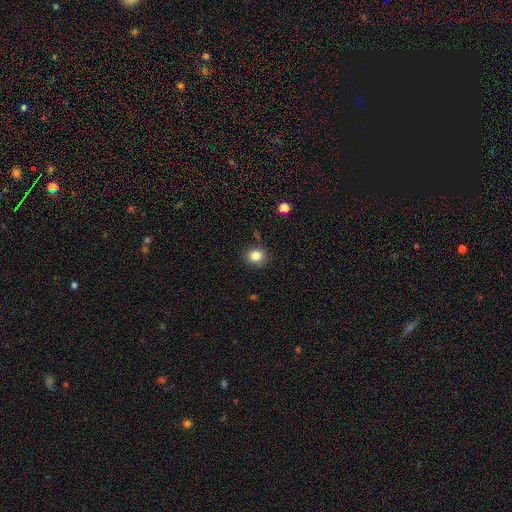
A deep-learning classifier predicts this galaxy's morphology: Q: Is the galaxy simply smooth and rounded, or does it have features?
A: smooth — 83%.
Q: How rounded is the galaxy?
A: round — 78%.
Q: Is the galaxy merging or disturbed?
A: none — 85%.